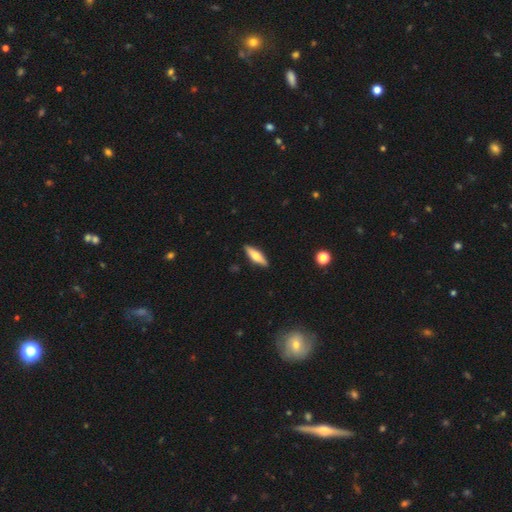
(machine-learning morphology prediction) Smooth or featured: smooth — 52% (featured or disk — 42%)
How rounded: cigar-shaped — 62% (in between — 36%)
Merging: none — 90% (minor disturbance — 8%)